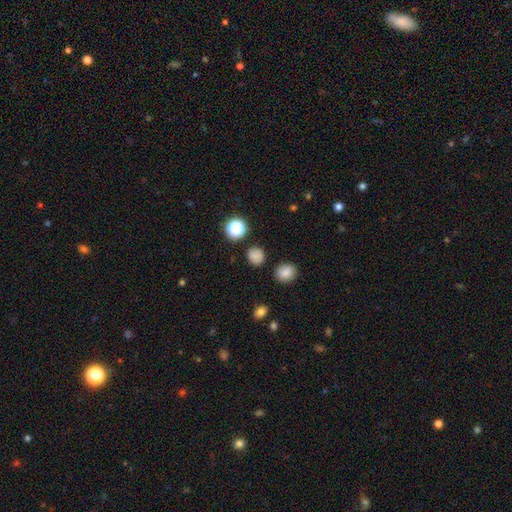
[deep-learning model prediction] smooth_or_featured: smooth (p=0.78) [alt: star or artifact p=0.17]
how_rounded: round (p=0.83) [alt: in between p=0.16]
merging: none (p=0.85) [alt: minor disturbance p=0.09]